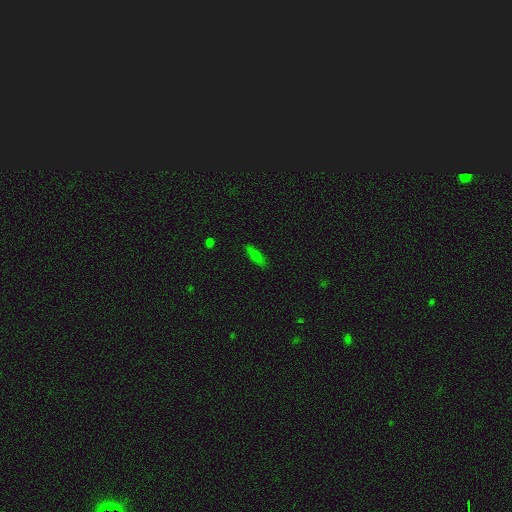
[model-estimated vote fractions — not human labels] smooth-or-featured: smooth: 74% | featured or disk: 14% | star or artifact: 12%
  how-rounded: cigar-shaped: 53% | in between: 44% | round: 3%
  merging: none: 84% | minor disturbance: 12% | major disturbance: 3% | merger: 1%